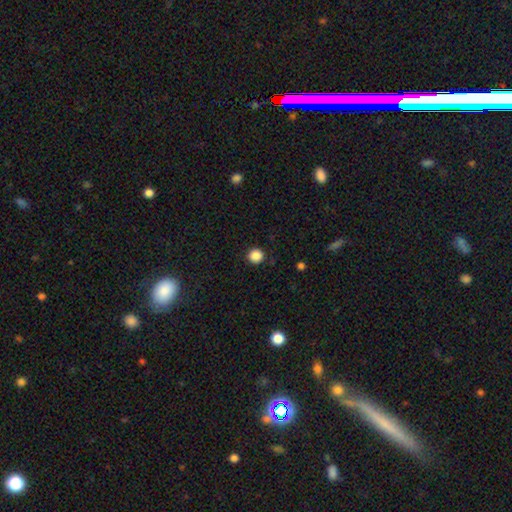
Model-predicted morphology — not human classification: The model was most divided on "smooth or featured": smooth: 86%, star or artifact: 11%, featured or disk: 3%. More confident: how rounded — round (94%); merging — none (92%).